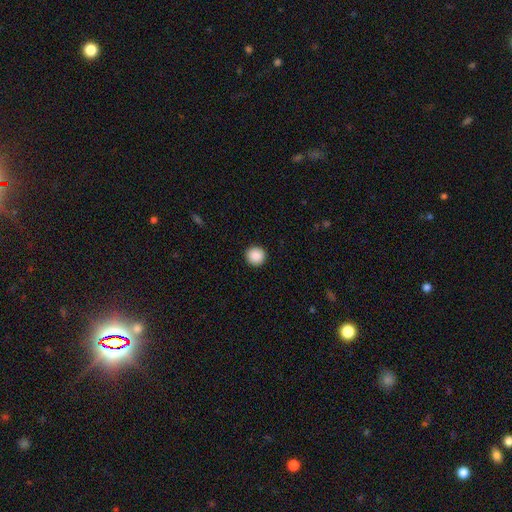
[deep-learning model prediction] The model was most divided on "smooth or featured": smooth: 89%, star or artifact: 8%, featured or disk: 2%. More confident: how rounded — round (94%); merging — none (93%).